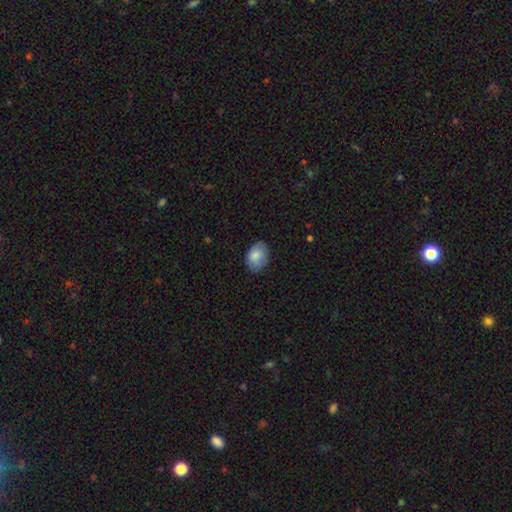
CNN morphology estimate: A smooth galaxy with no disk features (85%) that is in between round and cigar-shaped (80%). Merging: none (79%).